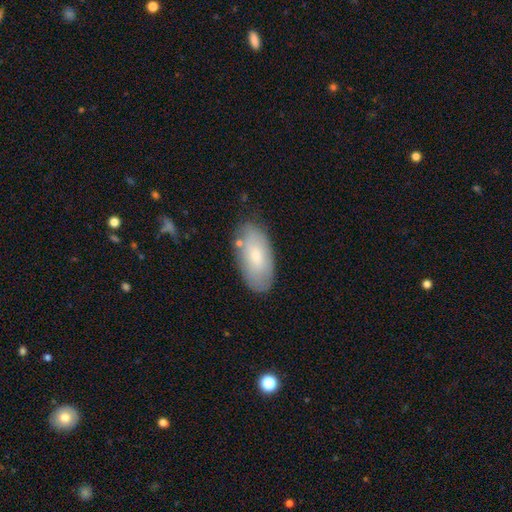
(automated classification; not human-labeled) The model was most divided on "smooth or featured": smooth: 68%, featured or disk: 25%, star or artifact: 7%. More confident: how rounded — in between (94%); merging — none (77%).